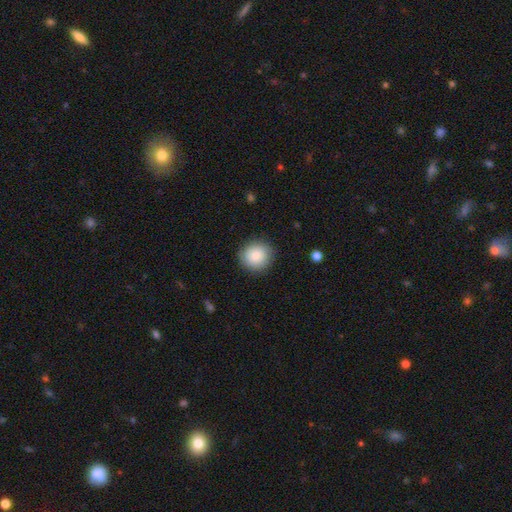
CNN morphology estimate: type=smooth (87%); roundness=round (89%); merging=none (88%).